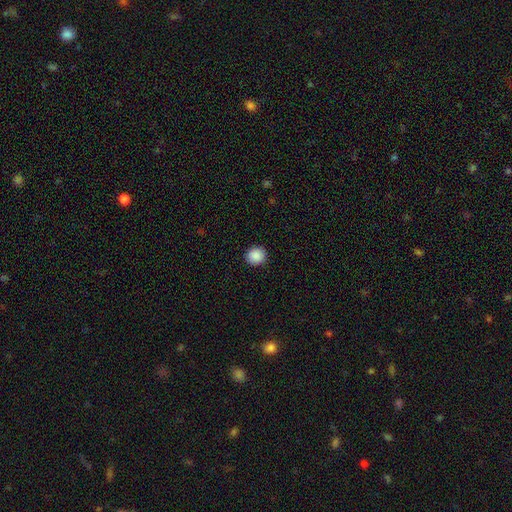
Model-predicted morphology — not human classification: This is clearly a smooth galaxy (89%). How rounded: clearly round (86%). Merging: clearly none (91%).